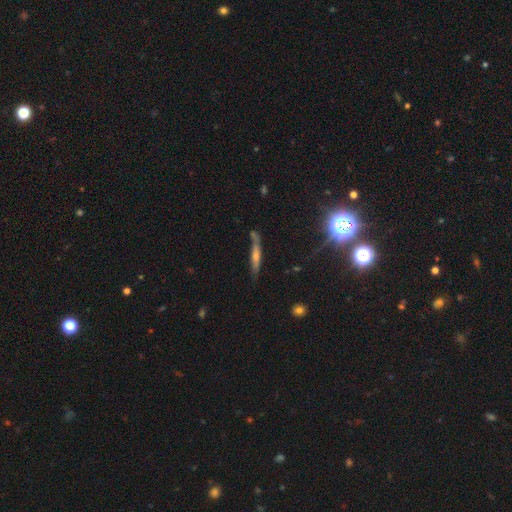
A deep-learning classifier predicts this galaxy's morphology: This appears to be a featured or disk galaxy (49%). Merging: none (68%).